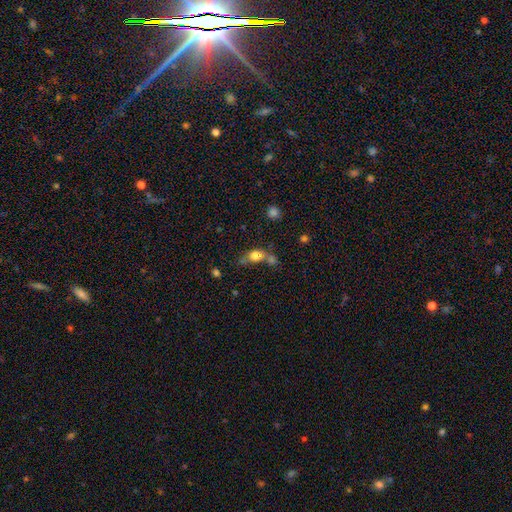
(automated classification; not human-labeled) A smooth galaxy with no disk features (73%) that is in between round and cigar-shaped (52%). Merging: merger (49%).